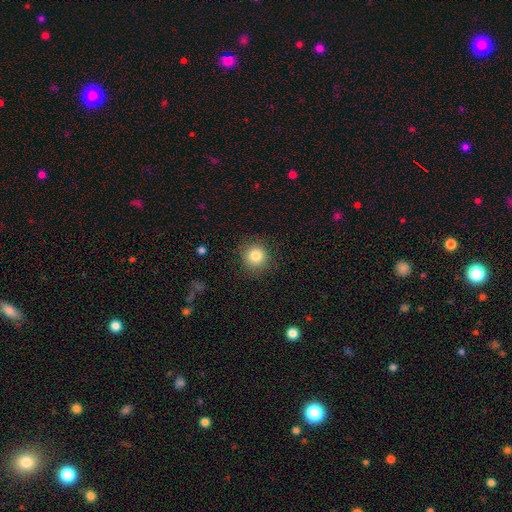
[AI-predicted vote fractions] Smooth or featured?
  - smooth: 83% *
  - star or artifact: 11%
  - featured or disk: 6%
How rounded?
  - round: 92% *
  - in between: 7%
  - cigar-shaped: 1%
Merging?
  - none: 87% *
  - minor disturbance: 9%
  - major disturbance: 3%
  - merger: 1%